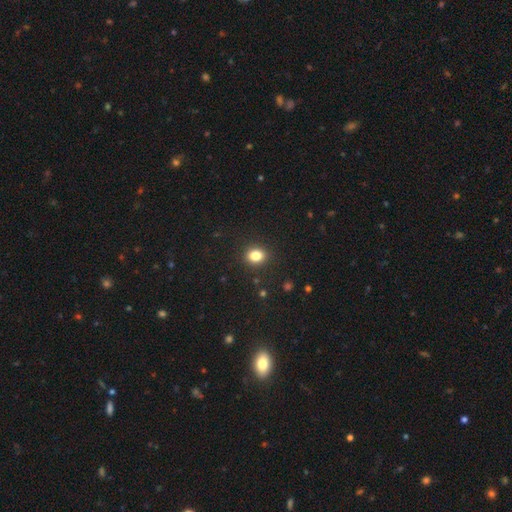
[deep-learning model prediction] This is clearly a smooth galaxy (83%). How rounded: possibly round (53%). Merging: clearly none (89%).